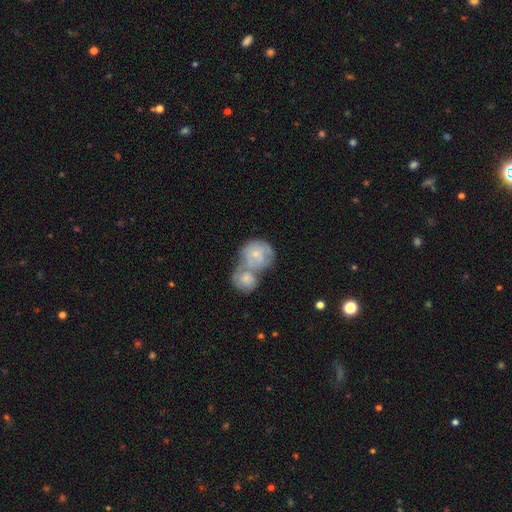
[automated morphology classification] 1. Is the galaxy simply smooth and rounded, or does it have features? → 50% smooth, 43% featured or disk, 7% star or artifact.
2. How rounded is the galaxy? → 76% round, 22% in between, 1% cigar-shaped.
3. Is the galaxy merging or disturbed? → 71% merger, 17% none, 7% minor disturbance, 4% major disturbance.